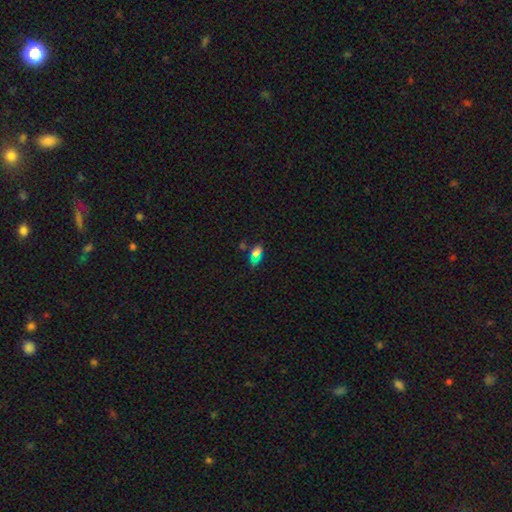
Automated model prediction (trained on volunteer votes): Smooth or featured? Predicted: smooth (p=0.66). How rounded? Predicted: in between (p=0.83). Merging? Predicted: none (p=0.70).